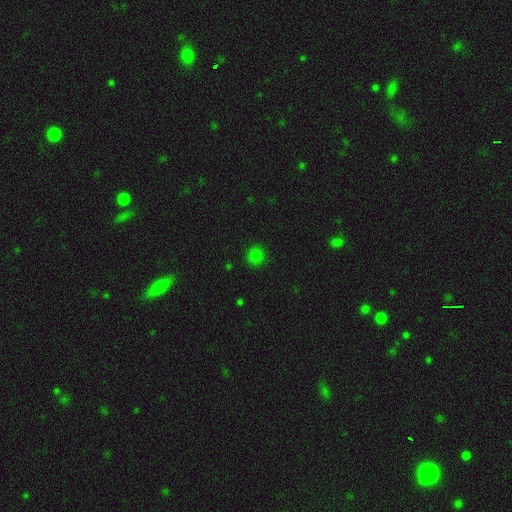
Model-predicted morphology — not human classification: smooth 80%, star or artifact 16%, featured or disk 4%. Down the decision tree: how rounded — round (91%); merging — none (90%).